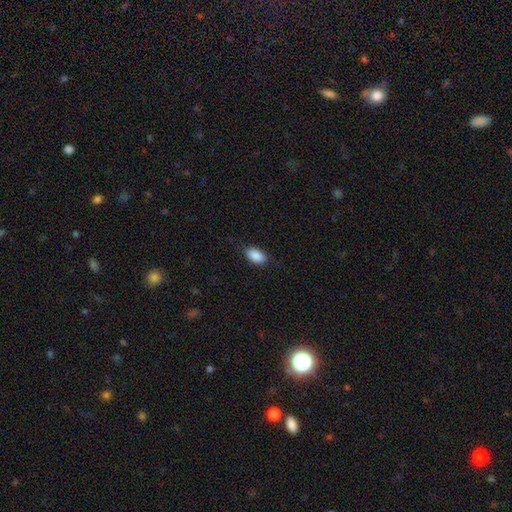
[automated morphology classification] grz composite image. It shows a smooth galaxy with no disk features (89%) that is in between round and cigar-shaped (92%). Merging: none (82%).